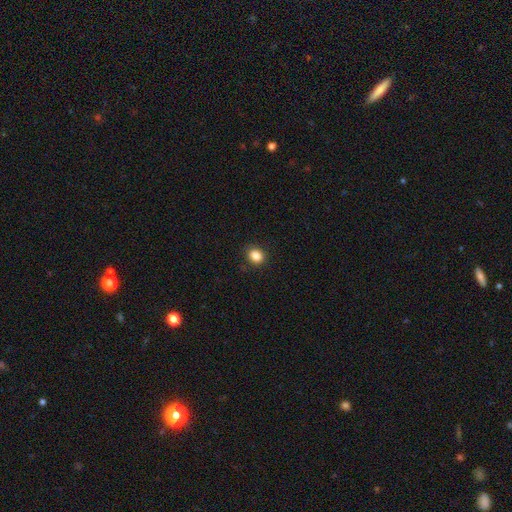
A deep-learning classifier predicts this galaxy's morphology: This appears to be a smooth galaxy with no disk features (86%) that is round (50%). Merging: none (87%).